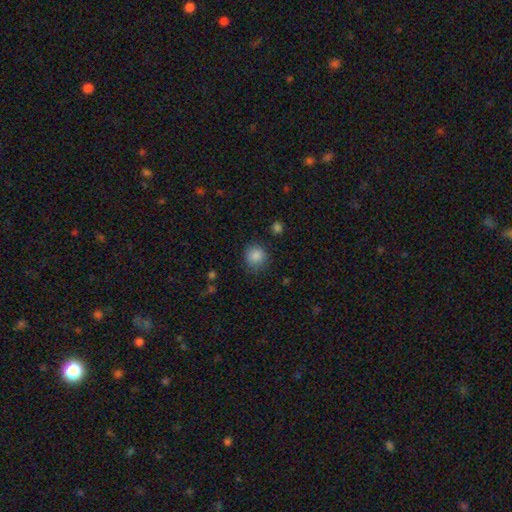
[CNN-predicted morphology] This is clearly a smooth galaxy (86%). How rounded: clearly round (86%). Merging: likely none (80%).